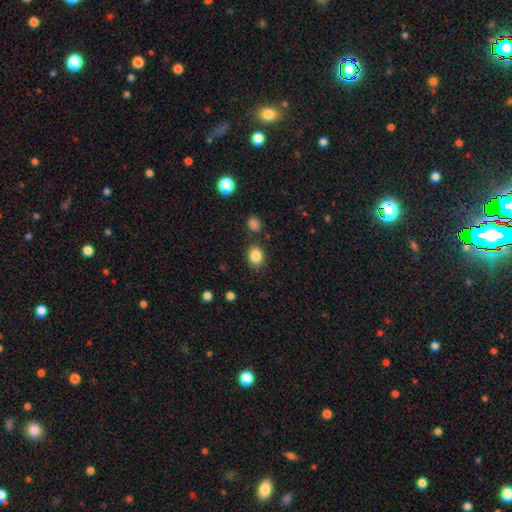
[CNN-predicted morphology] The model was most divided on "how rounded": in between: 54%, round: 45%, cigar-shaped: 1%. More confident: smooth or featured — smooth (85%); merging — none (82%).